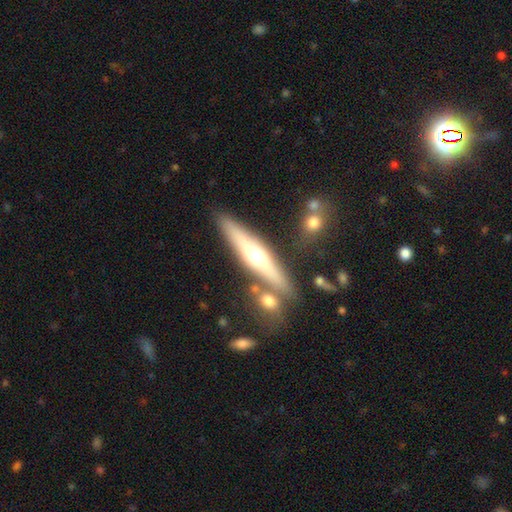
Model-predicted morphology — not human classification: Smooth or featured?
  - featured or disk: 57% *
  - smooth: 36%
  - star or artifact: 7%
Edge-on disk?
  - yes: 90% *
  - no: 10%
Edge-on bulge?
  - rounded: 89% *
  - none: 7%
  - boxy: 4%
Merging?
  - none: 76% *
  - minor disturbance: 11%
  - merger: 10%
  - major disturbance: 3%